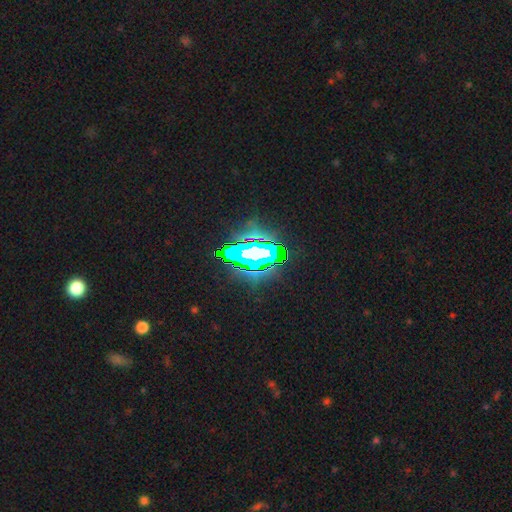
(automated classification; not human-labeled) Morphology: type=star or artifact (63%).